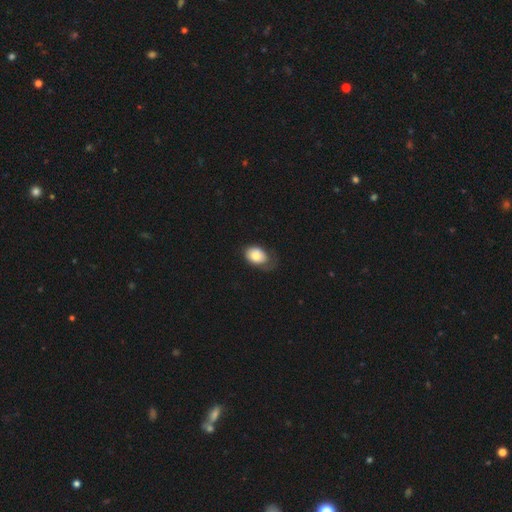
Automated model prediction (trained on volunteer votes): This is likely a smooth galaxy (76%). How rounded: likely in between (77%). Merging: possibly none (49%).